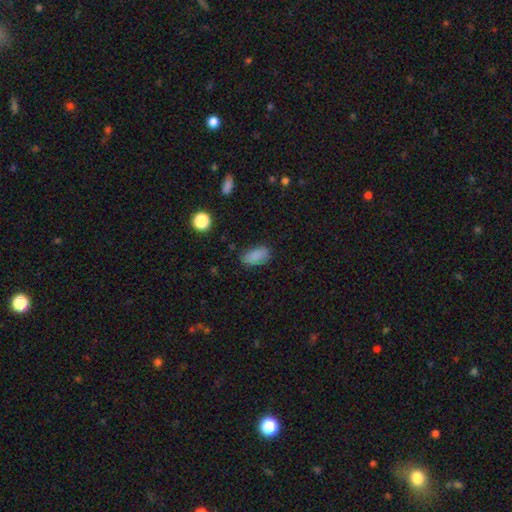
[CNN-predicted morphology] Q: Smooth or featured?
A: smooth (85%); runner-up: star or artifact (10%)
Q: How rounded?
A: in between (90%); runner-up: round (5%)
Q: Merging?
A: none (77%); runner-up: minor disturbance (17%)